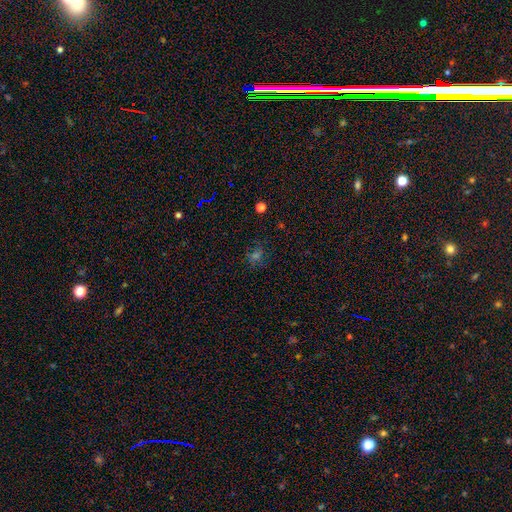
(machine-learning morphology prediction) smooth_or_featured: star or artifact (p=0.45) [alt: smooth p=0.39]